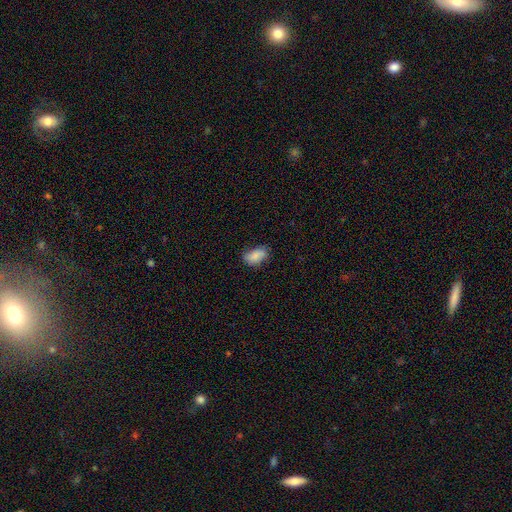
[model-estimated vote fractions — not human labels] Q: Smooth or featured?
A: smooth (83%); runner-up: featured or disk (10%)
Q: How rounded?
A: in between (91%); runner-up: round (6%)
Q: Merging?
A: none (67%); runner-up: minor disturbance (26%)